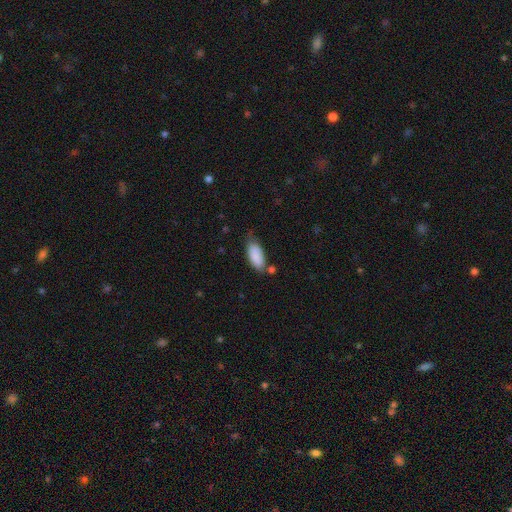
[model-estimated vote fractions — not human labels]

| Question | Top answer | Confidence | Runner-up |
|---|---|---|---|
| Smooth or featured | smooth | 87% | star or artifact (6%) |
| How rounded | in between | 88% | cigar-shaped (11%) |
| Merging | none | 59% | minor disturbance (27%) |